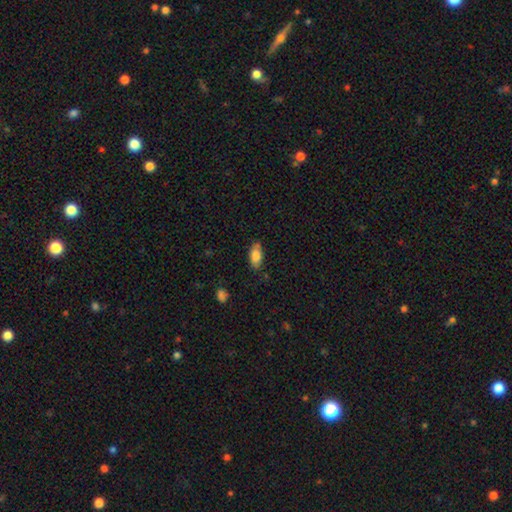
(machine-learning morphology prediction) Smooth or featured?
  - smooth: 82% *
  - featured or disk: 10%
  - star or artifact: 7%
How rounded?
  - in between: 90% *
  - cigar-shaped: 7%
  - round: 3%
Merging?
  - none: 75% *
  - minor disturbance: 18%
  - major disturbance: 3%
  - merger: 3%